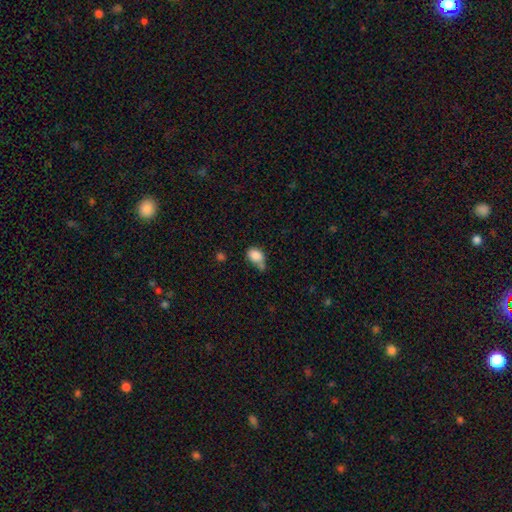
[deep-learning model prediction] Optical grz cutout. It shows a smooth galaxy with no disk features (84%) that is in between round and cigar-shaped (69%). Merging: none (36%).